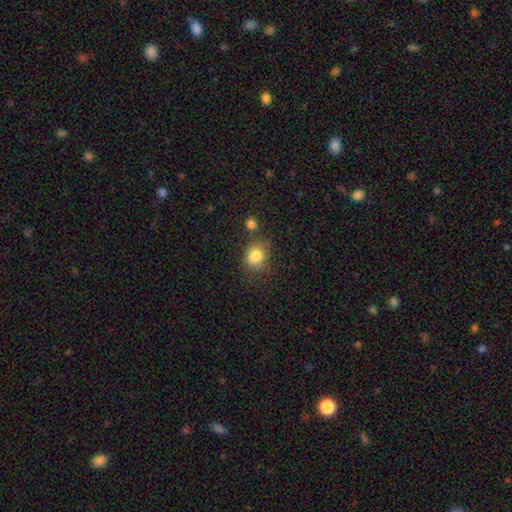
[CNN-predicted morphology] A smooth galaxy with no disk features (79%) that is in between round and cigar-shaped (50%). Merging: none (53%).